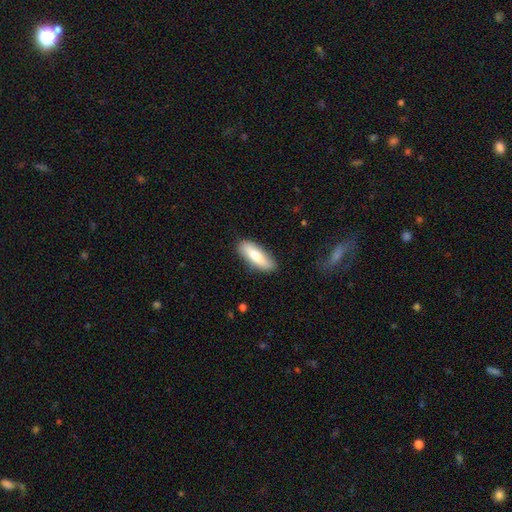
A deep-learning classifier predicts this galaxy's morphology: smooth 78%, featured or disk 16%, star or artifact 6%. Down the decision tree: how rounded — in between (58%); merging — none (84%).